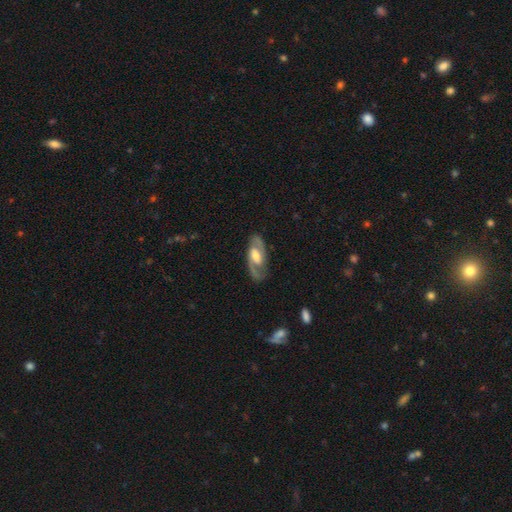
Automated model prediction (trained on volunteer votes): This is clearly a featured or disk galaxy (81%). It is clearly not viewed edge-on (94%). Bar: possibly weak (47%). Spiral arm pattern: clearly yes (91%). Spiral arm count: clearly 2 (89%). Spiral winding: possibly medium (54%). Central bulge: likely moderate (60%). Merging: clearly none (82%).